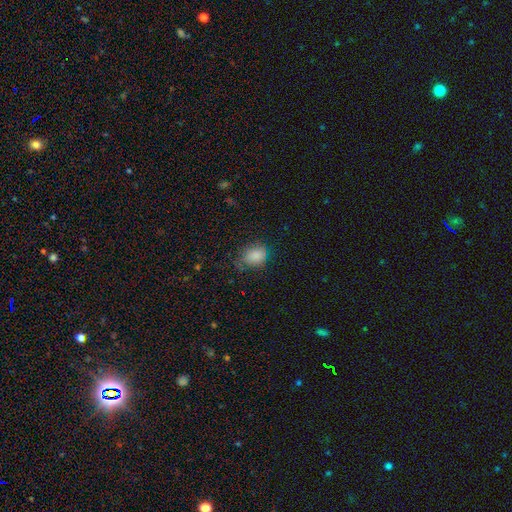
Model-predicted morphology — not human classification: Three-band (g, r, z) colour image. It shows a smooth galaxy with no disk features (85%) that is in between round and cigar-shaped (59%). Merging: none (66%).